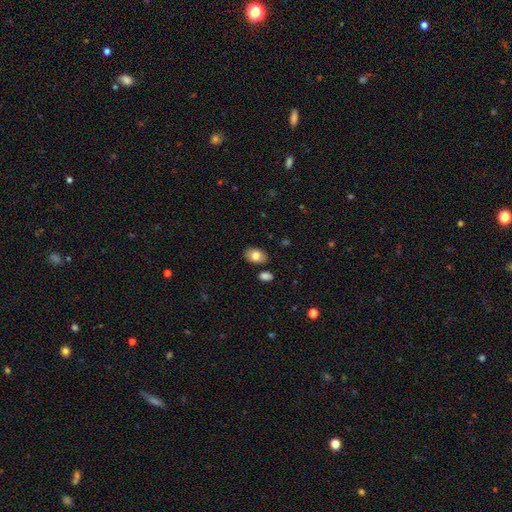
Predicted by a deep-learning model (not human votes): Smooth or featured? Predicted: smooth (p=0.79). How rounded? Predicted: in between (p=0.85). Merging? Predicted: none (p=0.84).